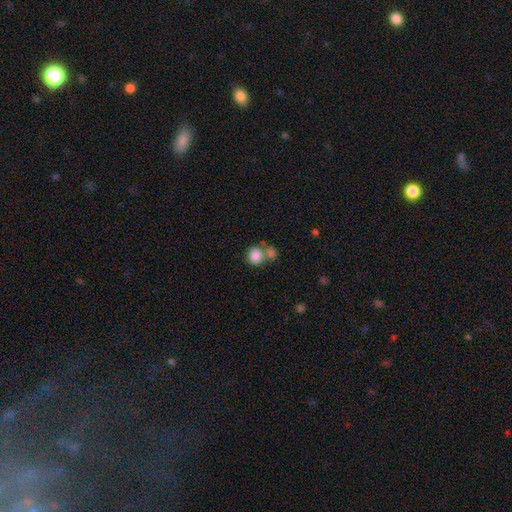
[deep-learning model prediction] Overall: smooth (83%). How rounded: round (77%). Merging: none (44%; merger 41%).